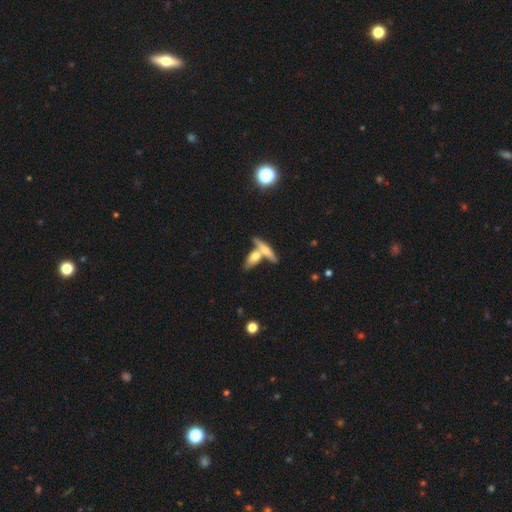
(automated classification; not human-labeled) A smooth galaxy with no disk features (59%) that is in between round and cigar-shaped (52%). Merging: none (45%).